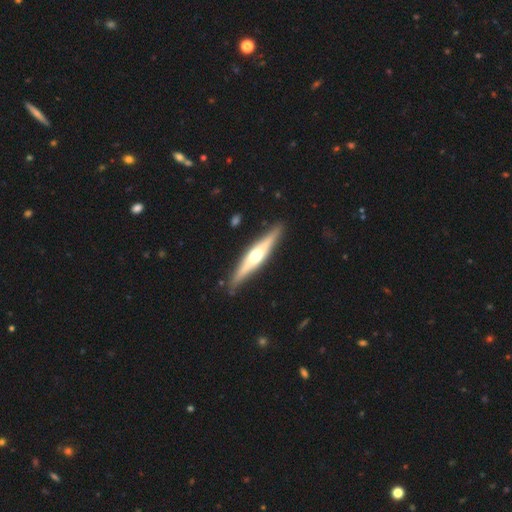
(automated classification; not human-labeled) Smooth or featured? featured or disk (67%)
Edge-on disk? yes (96%)
Edge-on bulge? rounded (90%)
Merging? none (88%)